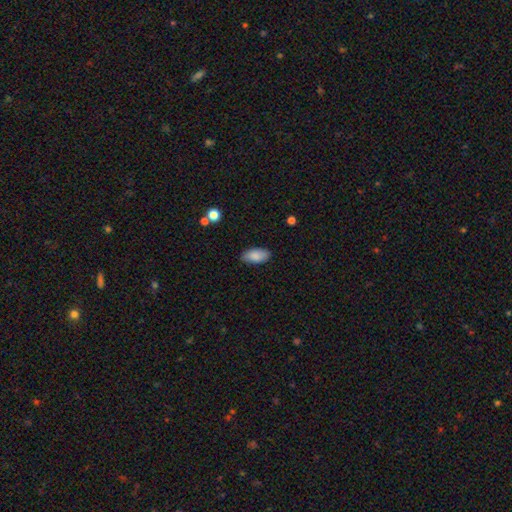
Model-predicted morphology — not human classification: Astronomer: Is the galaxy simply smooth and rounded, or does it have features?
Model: smooth — 87%.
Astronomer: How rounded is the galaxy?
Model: in between — 93%.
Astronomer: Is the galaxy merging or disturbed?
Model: none — 86%.